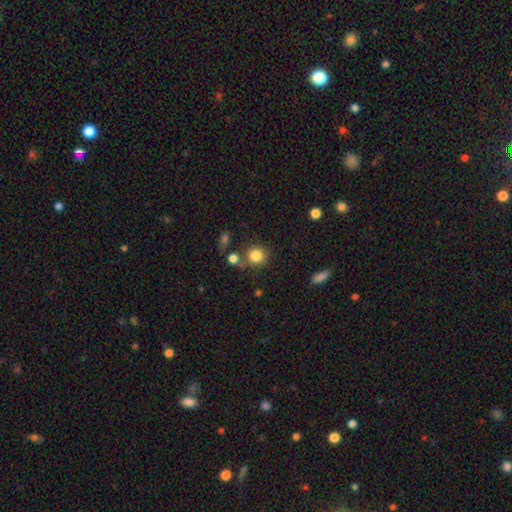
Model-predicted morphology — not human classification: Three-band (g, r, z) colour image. It shows a smooth galaxy with no disk features (83%) that is round (87%). Merging: none (68%).